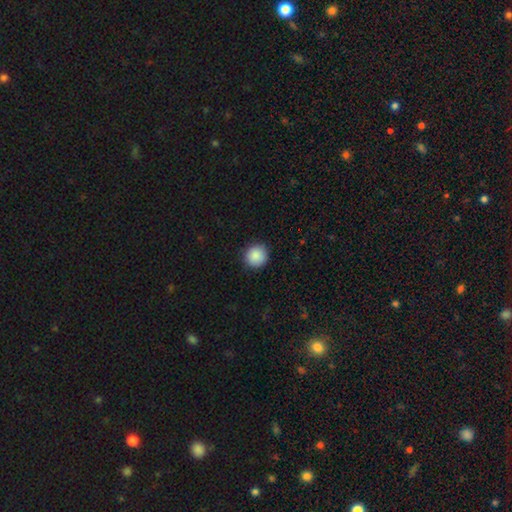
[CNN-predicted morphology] A smooth galaxy with no disk features (89%) that is round (93%).

Vote fractions:
- Smooth or featured? smooth: 89% / star or artifact: 8% / featured or disk: 3%
- How rounded? round: 93% / in between: 6% / cigar-shaped: 1%
- Merging? none: 91% / minor disturbance: 7% / major disturbance: 2% / merger: 1%